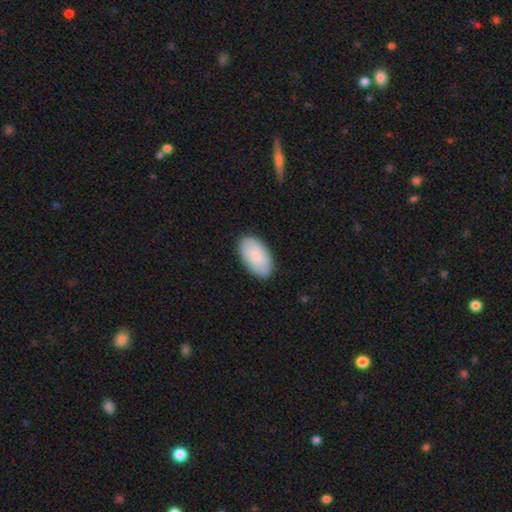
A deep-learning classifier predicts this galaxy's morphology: Q: Smooth or featured?
A: smooth (72%); runner-up: featured or disk (22%)
Q: How rounded?
A: in between (95%); runner-up: round (3%)
Q: Merging?
A: none (85%); runner-up: minor disturbance (12%)